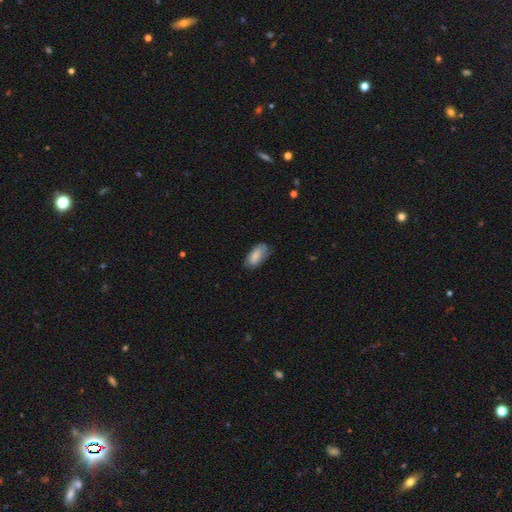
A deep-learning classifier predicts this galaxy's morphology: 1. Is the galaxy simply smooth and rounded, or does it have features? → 81% smooth, 13% featured or disk, 6% star or artifact.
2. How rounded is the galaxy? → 91% in between, 6% cigar-shaped, 2% round.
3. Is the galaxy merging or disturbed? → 69% none, 25% minor disturbance, 5% major disturbance, 1% merger.